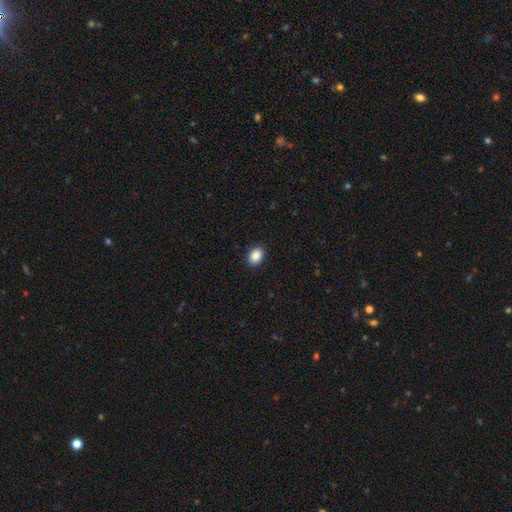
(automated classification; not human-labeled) Smooth or featured? Predicted: smooth (p=0.89). How rounded? Predicted: in between (p=0.77). Merging? Predicted: none (p=0.90).